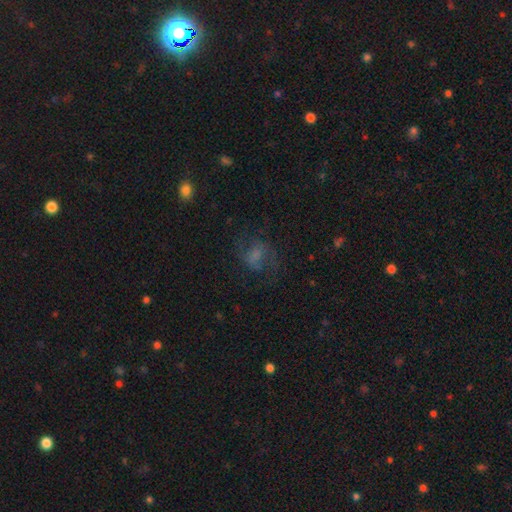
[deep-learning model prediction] smooth 45%, featured or disk 39%, star or artifact 16%. Down the decision tree: merging — none (53%).